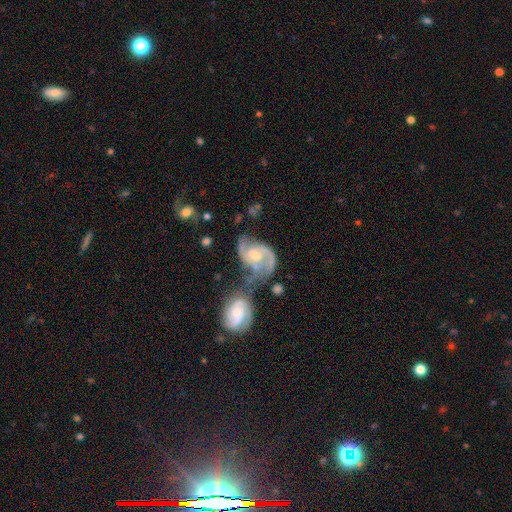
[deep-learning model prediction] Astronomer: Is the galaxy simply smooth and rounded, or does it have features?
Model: featured or disk — 86%.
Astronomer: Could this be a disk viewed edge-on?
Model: no — 98%.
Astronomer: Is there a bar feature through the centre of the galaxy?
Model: no — 51% (runner-up: weak, 41%).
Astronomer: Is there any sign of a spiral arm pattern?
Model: yes — 95%.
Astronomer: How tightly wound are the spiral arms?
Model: medium — 54%.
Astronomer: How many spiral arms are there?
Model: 2 — 83%.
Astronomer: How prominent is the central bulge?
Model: moderate — 52% (runner-up: small, 32%).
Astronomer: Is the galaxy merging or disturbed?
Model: merger — 43% (runner-up: none, 26%).